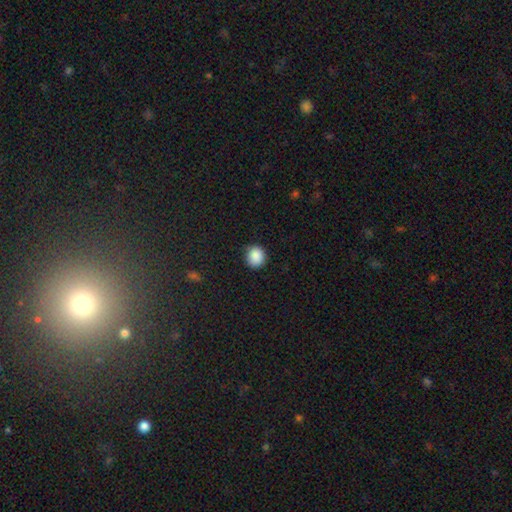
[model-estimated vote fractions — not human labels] Morphology: type=smooth (88%); roundness=round (83%); merging=none (84%).